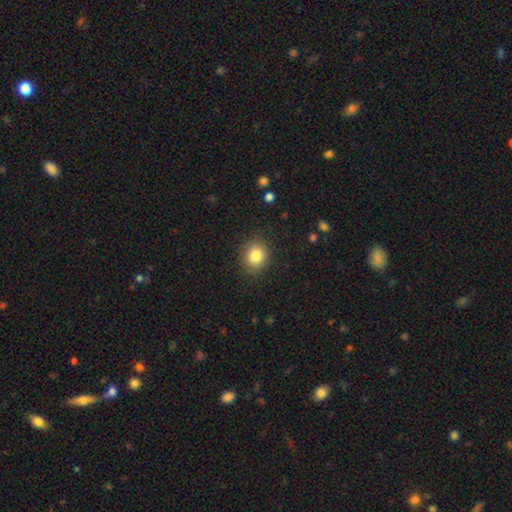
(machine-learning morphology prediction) Smooth or featured?
  - smooth: 84% *
  - star or artifact: 10%
  - featured or disk: 6%
How rounded?
  - round: 76% *
  - in between: 24%
  - cigar-shaped: 1%
Merging?
  - none: 87% *
  - minor disturbance: 9%
  - major disturbance: 3%
  - merger: 1%